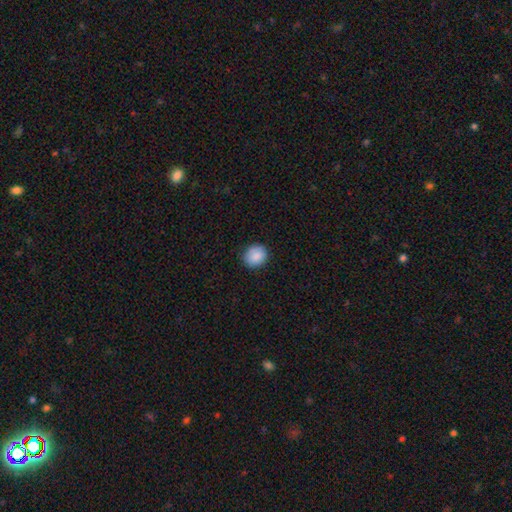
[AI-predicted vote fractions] The model was most divided on "how rounded": round: 76%, in between: 23%, cigar-shaped: 1%. More confident: smooth or featured — smooth (89%); merging — none (86%).